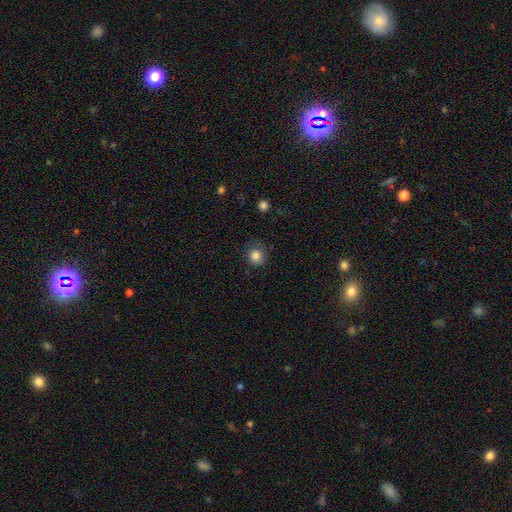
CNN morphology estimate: smooth_or_featured: smooth (p=0.84) [alt: star or artifact p=0.10]
how_rounded: round (p=0.86) [alt: in between p=0.13]
merging: none (p=0.72) [alt: minor disturbance p=0.19]